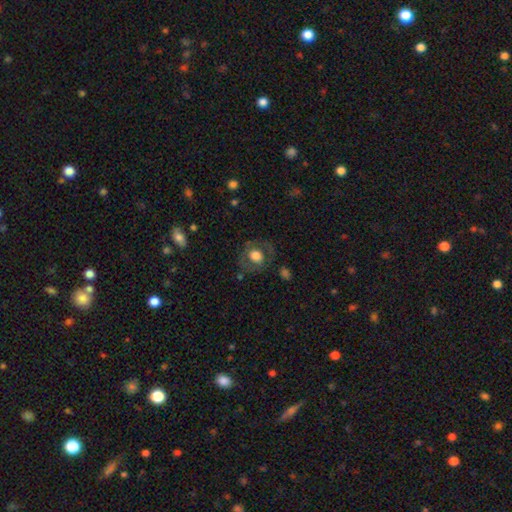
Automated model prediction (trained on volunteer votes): smooth_or_featured: smooth (p=0.54) [alt: featured or disk p=0.37]
how_rounded: round (p=0.72) [alt: in between p=0.27]
merging: none (p=0.72) [alt: minor disturbance p=0.16]